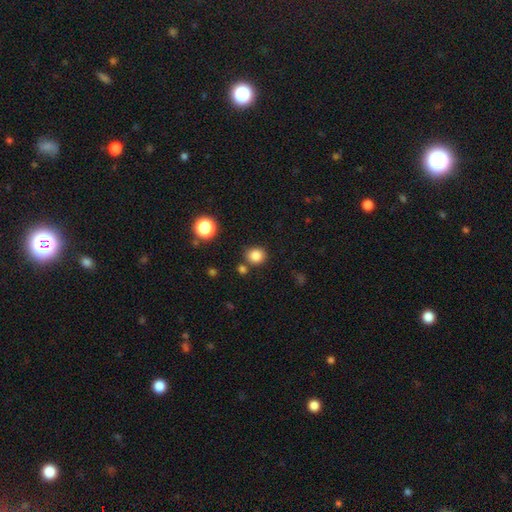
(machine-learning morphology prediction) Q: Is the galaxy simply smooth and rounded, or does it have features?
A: smooth — 84%.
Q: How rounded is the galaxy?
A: round — 86%.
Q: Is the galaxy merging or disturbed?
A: none — 83%.